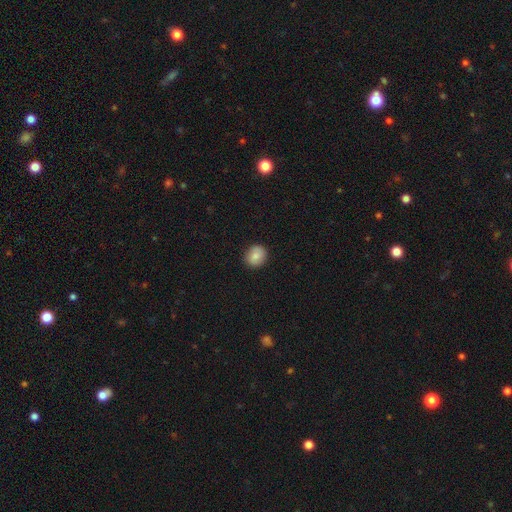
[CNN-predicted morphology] Smooth or featured?
  - smooth: 85% *
  - star or artifact: 9%
  - featured or disk: 6%
How rounded?
  - round: 72% *
  - in between: 27%
  - cigar-shaped: 1%
Merging?
  - none: 89% *
  - minor disturbance: 8%
  - major disturbance: 2%
  - merger: 1%